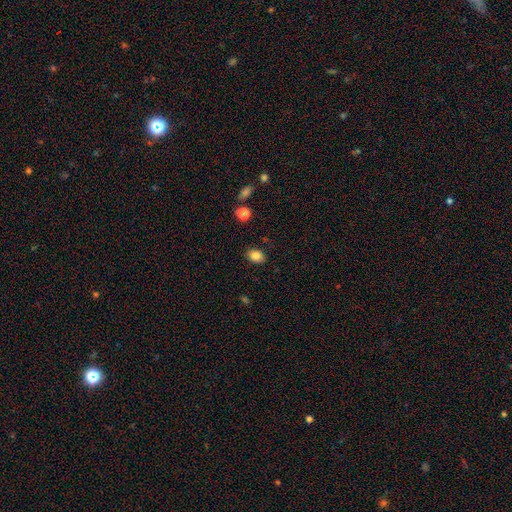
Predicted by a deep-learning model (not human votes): This is clearly a smooth galaxy (83%). How rounded: likely in between (74%). Merging: clearly none (86%).